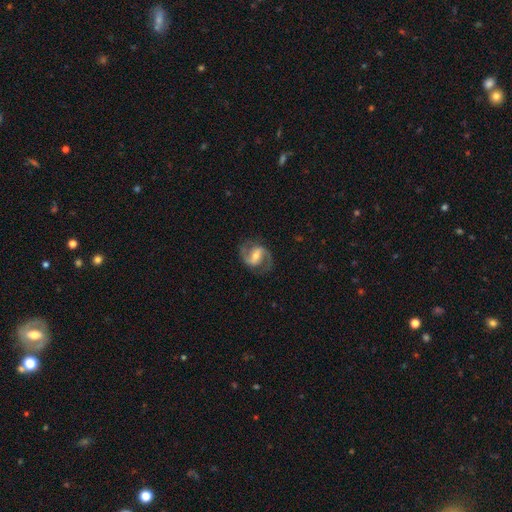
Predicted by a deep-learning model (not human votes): This appears to be a featured or disk galaxy (86%) with a strong bar (47%), 2 (92%) medium (58%) spiral arms (96%) and a moderate central bulge (51%). Merging: none (81%).